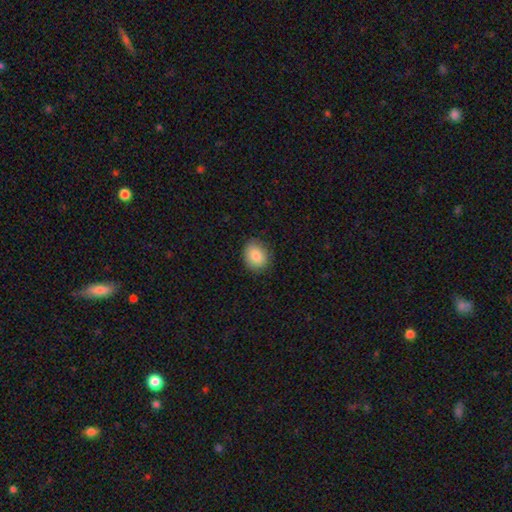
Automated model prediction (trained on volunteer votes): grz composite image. It shows a smooth galaxy with no disk features (87%) that is in between round and cigar-shaped (51%). Merging: none (85%).